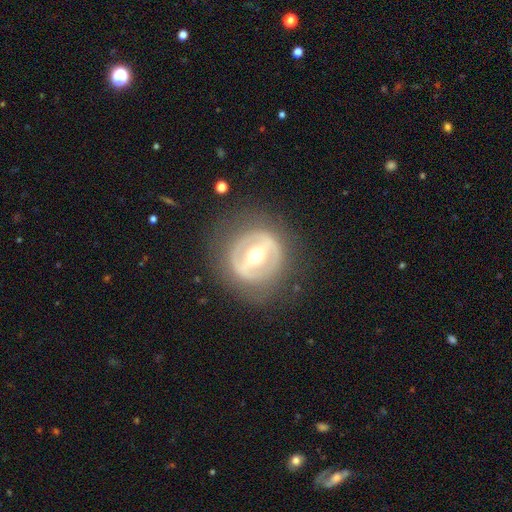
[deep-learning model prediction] Q: Smooth or featured?
A: featured or disk (76%); runner-up: smooth (18%)
Q: Edge-on disk?
A: no (92%); runner-up: yes (8%)
Q: Bar?
A: strong (71%); runner-up: weak (19%)
Q: Spiral arms?
A: no (78%); runner-up: yes (22%)
Q: Bulge size?
A: moderate (68%); runner-up: small (26%)
Q: Merging?
A: none (78%); runner-up: minor disturbance (12%)